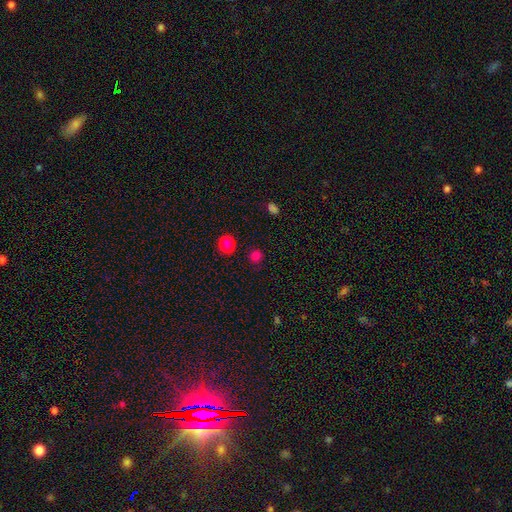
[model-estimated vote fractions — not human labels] This is likely a smooth galaxy (78%). How rounded: clearly round (88%). Merging: clearly none (87%).